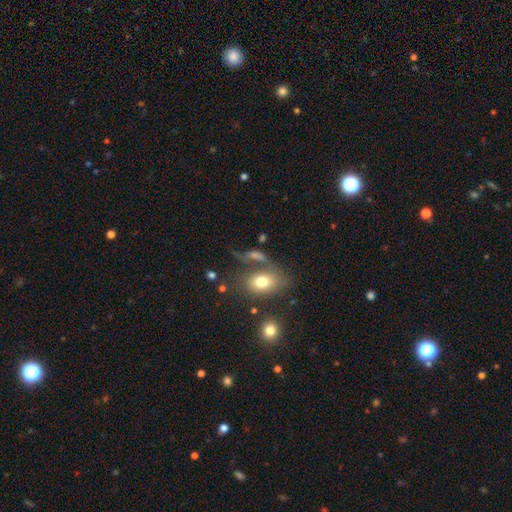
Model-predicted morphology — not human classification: smooth 60%, featured or disk 26%, star or artifact 14%. Down the decision tree: how rounded — in between (73%); merging — none (46%).